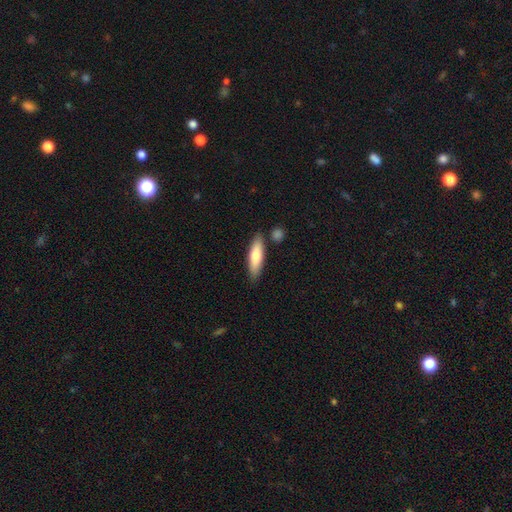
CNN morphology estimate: A smooth galaxy with no disk features (71%) that is cigar-shaped (61%). Merging: none (81%).